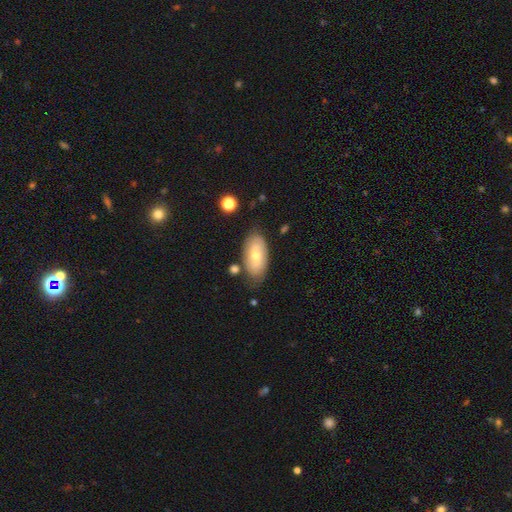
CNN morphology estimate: Smooth or featured? Predicted: smooth (p=0.53). How rounded? Predicted: in between (p=0.92). Merging? Predicted: none (p=0.72).